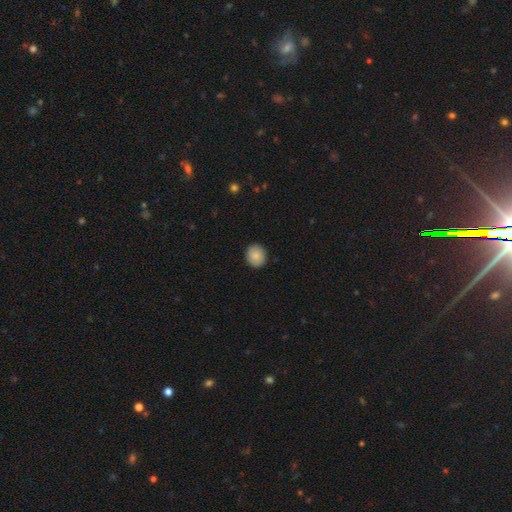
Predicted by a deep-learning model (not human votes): Morphology: type=smooth (84%); roundness=round (78%); merging=none (88%).